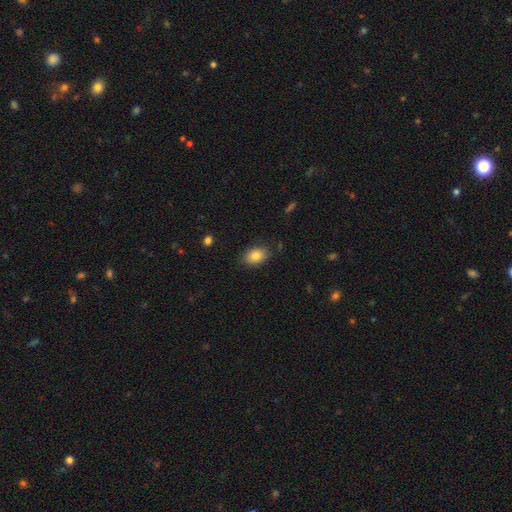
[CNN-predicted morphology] A smooth galaxy with no disk features (84%) that is in between round and cigar-shaped (83%).

Vote fractions:
- Smooth or featured? smooth: 84% / star or artifact: 8% / featured or disk: 8%
- How rounded? in between: 83% / round: 15% / cigar-shaped: 1%
- Merging? none: 83% / minor disturbance: 13% / major disturbance: 3% / merger: 1%